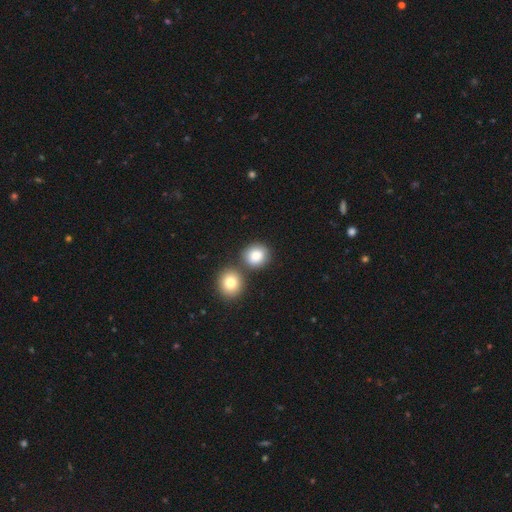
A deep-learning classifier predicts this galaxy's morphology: A smooth galaxy with no disk features (84%) that is round (82%).

Vote fractions:
- Smooth or featured? smooth: 84% / star or artifact: 8% / featured or disk: 7%
- How rounded? round: 82% / in between: 17% / cigar-shaped: 1%
- Merging? none: 66% / merger: 21% / minor disturbance: 9% / major disturbance: 3%